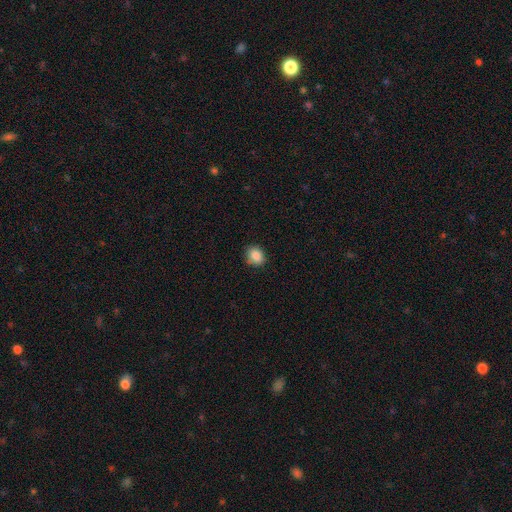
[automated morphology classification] This is clearly a smooth galaxy (87%). How rounded: possibly round (57%). Merging: clearly none (83%).